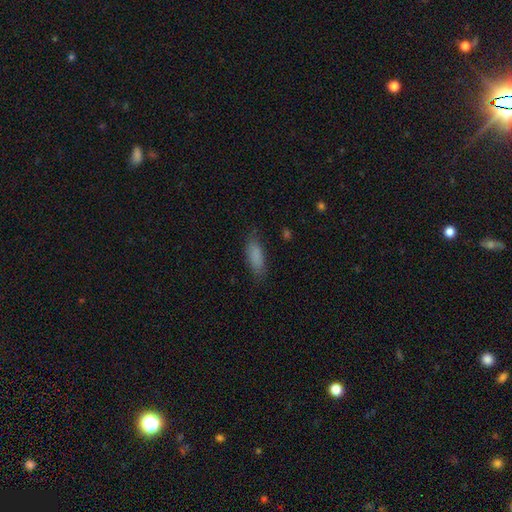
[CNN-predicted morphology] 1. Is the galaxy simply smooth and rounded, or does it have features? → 85% smooth, 8% star or artifact, 7% featured or disk.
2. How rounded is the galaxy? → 64% in between, 34% cigar-shaped, 2% round.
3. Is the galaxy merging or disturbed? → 77% none, 17% minor disturbance, 5% major disturbance, 1% merger.